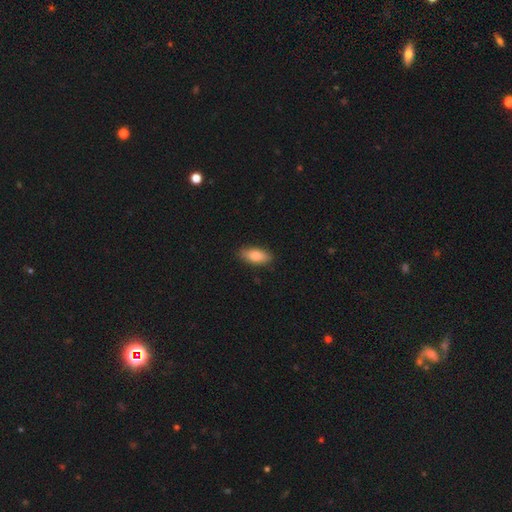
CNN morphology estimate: Smooth or featured? smooth (80%)
How rounded? in between (85%)
Merging? none (87%)